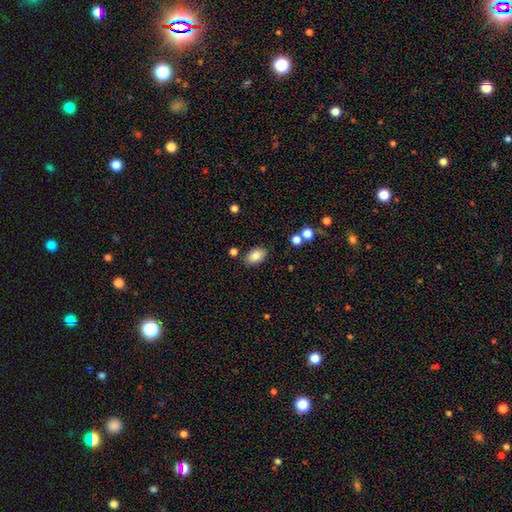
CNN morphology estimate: Smooth or featured: smooth — 84% (star or artifact — 8%)
How rounded: in between — 91% (round — 7%)
Merging: none — 82% (minor disturbance — 11%)